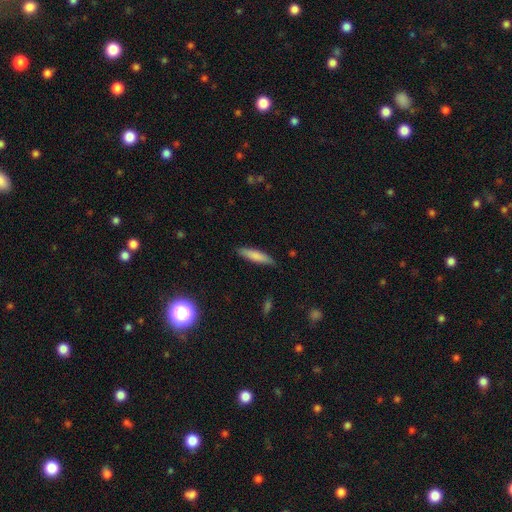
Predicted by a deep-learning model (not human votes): Smooth or featured?
  - smooth: 78% *
  - featured or disk: 15%
  - star or artifact: 6%
How rounded?
  - cigar-shaped: 80% *
  - in between: 18%
  - round: 1%
Merging?
  - none: 84% *
  - minor disturbance: 13%
  - major disturbance: 2%
  - merger: 1%